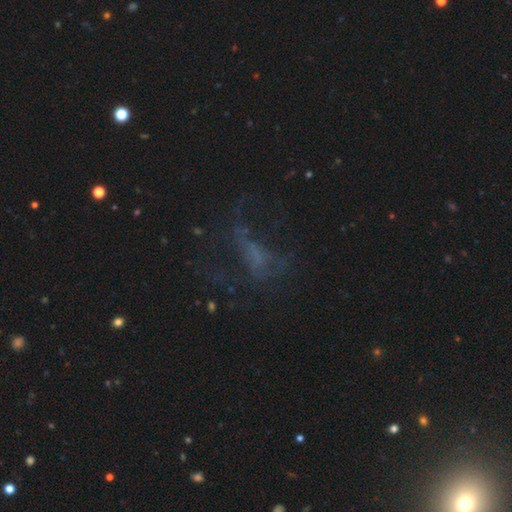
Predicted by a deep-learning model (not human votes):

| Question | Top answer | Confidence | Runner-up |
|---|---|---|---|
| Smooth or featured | featured or disk | 40% | star or artifact (36%) |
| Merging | none | 44% | major disturbance (38%) |